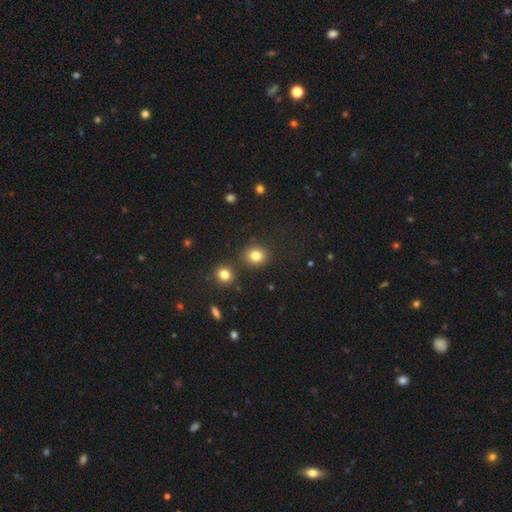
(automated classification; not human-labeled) Smooth or featured: smooth — 81% (star or artifact — 12%)
How rounded: round — 74% (in between — 25%)
Merging: none — 82% (minor disturbance — 9%)